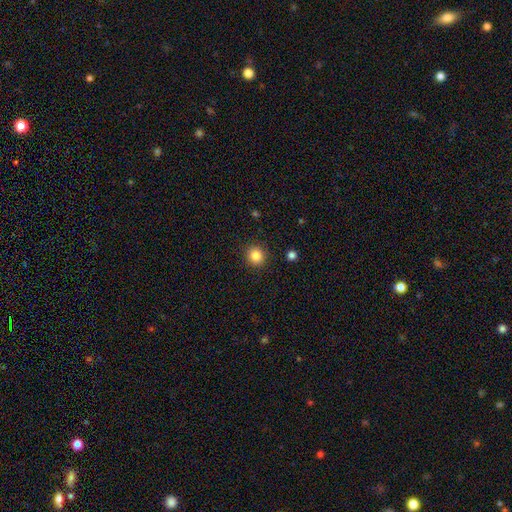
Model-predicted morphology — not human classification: smooth-or-featured: smooth: 84% | star or artifact: 11% | featured or disk: 5%
  how-rounded: round: 91% | in between: 8% | cigar-shaped: 1%
  merging: none: 91% | minor disturbance: 6% | major disturbance: 2% | merger: 1%